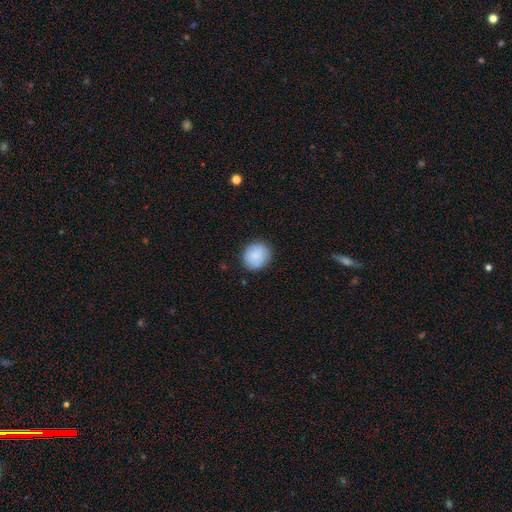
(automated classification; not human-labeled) A smooth galaxy with no disk features (88%) that is round (83%). Merging: none (86%).